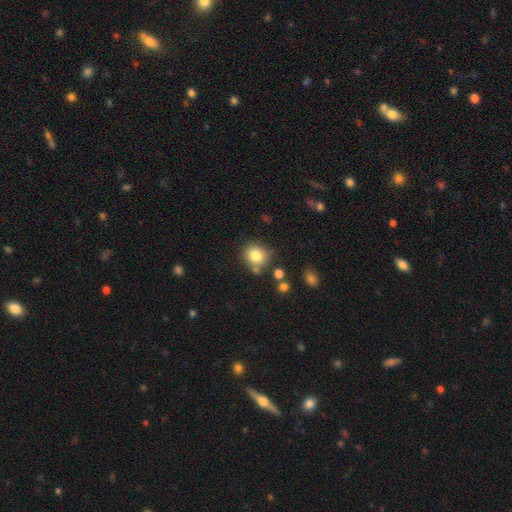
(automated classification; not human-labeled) Morphology: type=smooth (82%); roundness=round (76%); merging=none (69%).